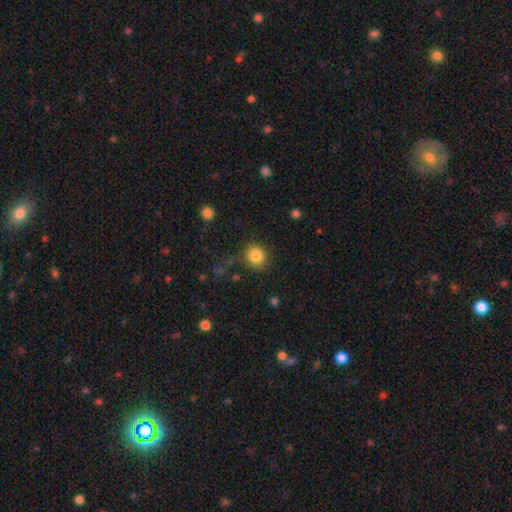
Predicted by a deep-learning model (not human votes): Smooth or featured: smooth — 85% (star or artifact — 10%)
How rounded: round — 87% (in between — 12%)
Merging: none — 82% (minor disturbance — 12%)